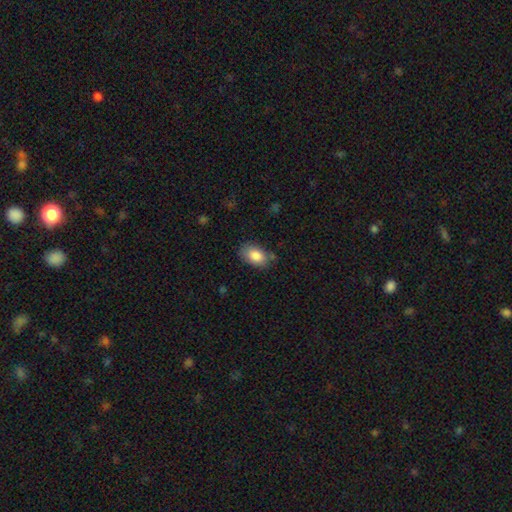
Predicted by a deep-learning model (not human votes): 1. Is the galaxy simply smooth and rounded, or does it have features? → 85% smooth, 8% featured or disk, 7% star or artifact.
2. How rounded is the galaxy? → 89% in between, 9% round, 1% cigar-shaped.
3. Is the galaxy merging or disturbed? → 74% none, 19% minor disturbance, 4% major disturbance, 3% merger.